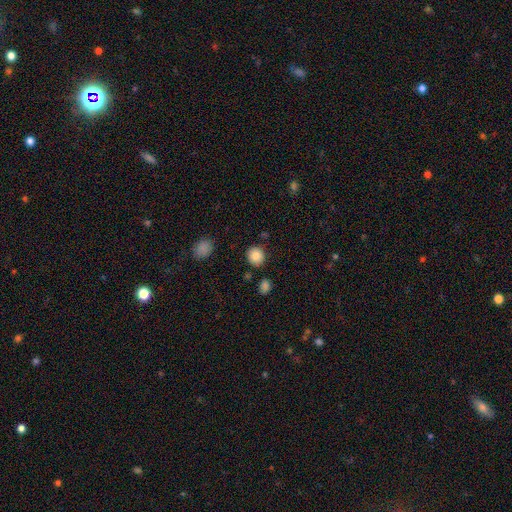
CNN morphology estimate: smooth_or_featured: smooth (p=0.87) [alt: star or artifact p=0.09]
how_rounded: round (p=0.85) [alt: in between p=0.14]
merging: none (p=0.85) [alt: minor disturbance p=0.09]